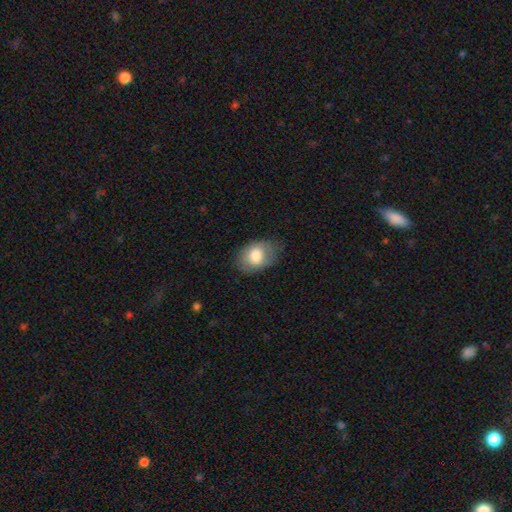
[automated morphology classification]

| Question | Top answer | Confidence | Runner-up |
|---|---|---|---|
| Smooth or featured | smooth | 77% | featured or disk (16%) |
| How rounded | in between | 79% | round (20%) |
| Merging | none | 69% | minor disturbance (23%) |